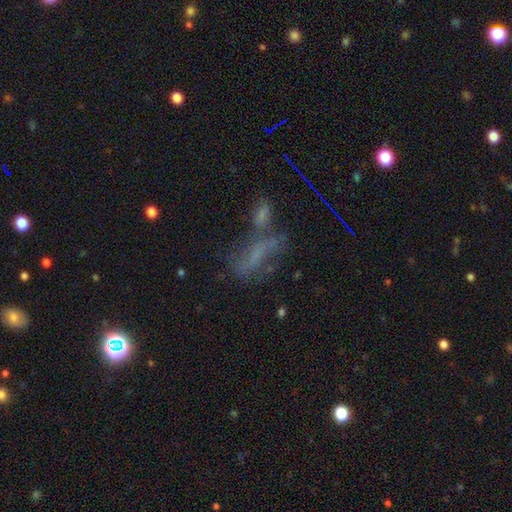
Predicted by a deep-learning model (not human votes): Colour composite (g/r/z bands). It shows a smooth galaxy with no disk features (40%). Merging: none (32%).